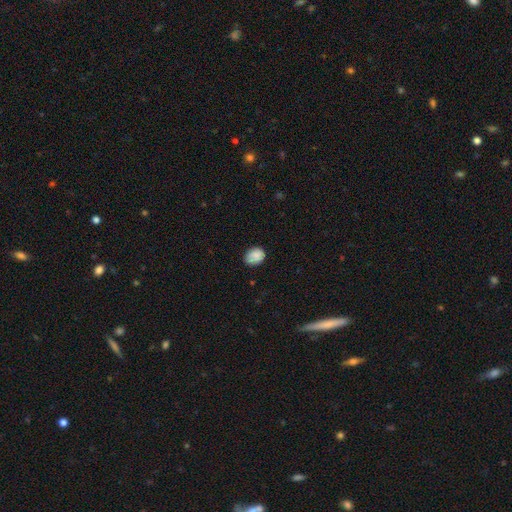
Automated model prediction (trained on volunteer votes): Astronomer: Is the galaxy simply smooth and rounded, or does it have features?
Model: smooth — 88%.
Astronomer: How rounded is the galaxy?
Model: in between — 57% (runner-up: round, 42%).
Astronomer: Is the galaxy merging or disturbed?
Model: none — 75%.